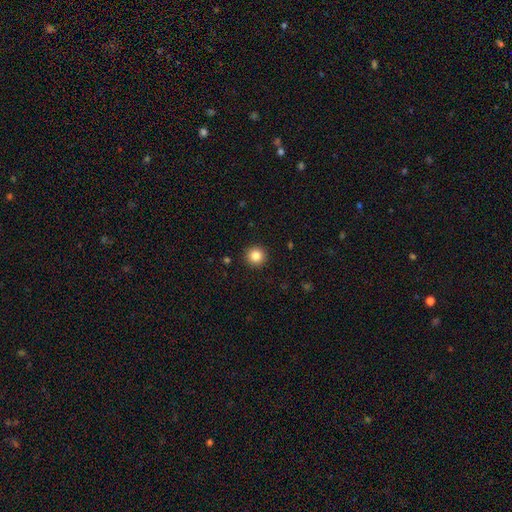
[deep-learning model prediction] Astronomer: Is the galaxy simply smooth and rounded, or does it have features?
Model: smooth — 84%.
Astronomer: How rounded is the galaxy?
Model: round — 96%.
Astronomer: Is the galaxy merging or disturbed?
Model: none — 93%.